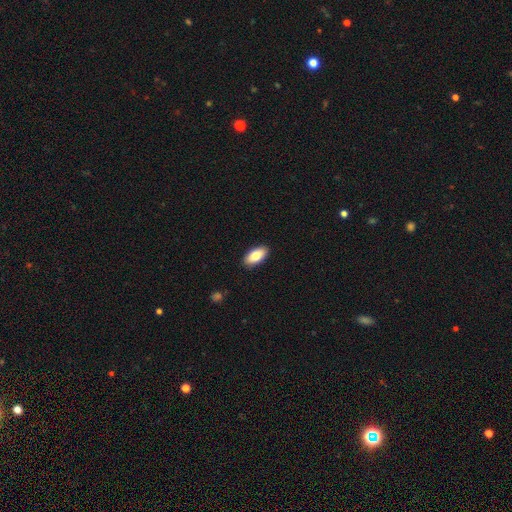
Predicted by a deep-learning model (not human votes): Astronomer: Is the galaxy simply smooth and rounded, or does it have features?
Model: smooth — 81%.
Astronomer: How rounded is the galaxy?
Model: in between — 92%.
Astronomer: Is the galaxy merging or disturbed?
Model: none — 90%.